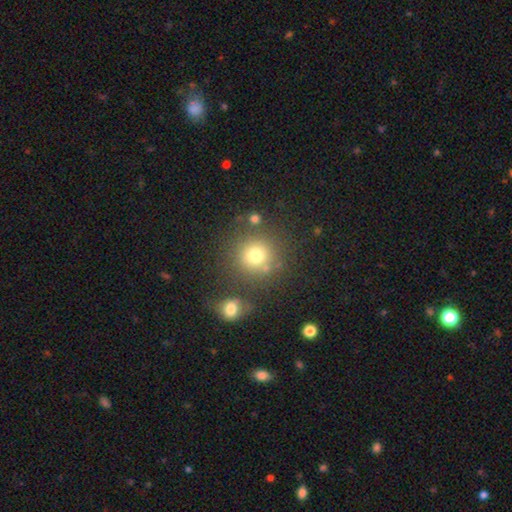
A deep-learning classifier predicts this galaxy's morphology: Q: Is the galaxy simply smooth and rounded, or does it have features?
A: smooth — 75%.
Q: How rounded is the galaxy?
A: round — 92%.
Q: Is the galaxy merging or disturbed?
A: none — 74%.